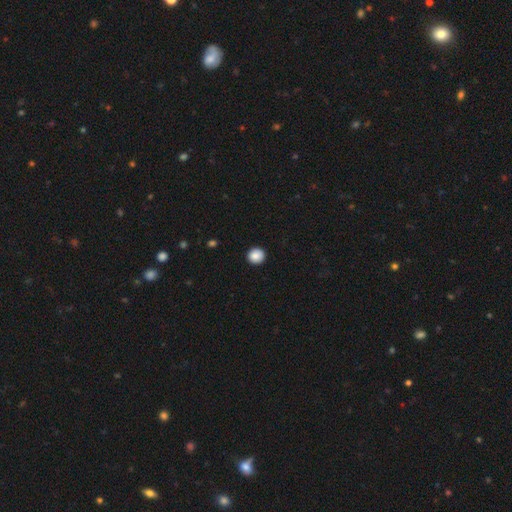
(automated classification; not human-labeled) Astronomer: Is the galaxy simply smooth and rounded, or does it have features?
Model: smooth — 88%.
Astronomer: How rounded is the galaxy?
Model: round — 90%.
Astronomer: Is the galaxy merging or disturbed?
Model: none — 92%.